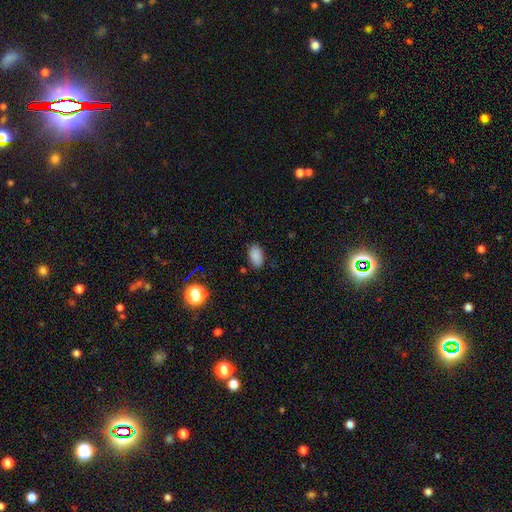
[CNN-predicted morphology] Overall: smooth (85%). How rounded: in between (93%). Merging: none (84%).